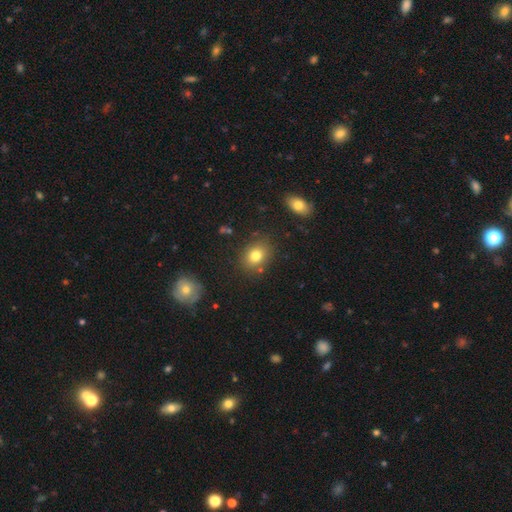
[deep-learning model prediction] Smooth or featured?
  - smooth: 79% *
  - star or artifact: 12%
  - featured or disk: 9%
How rounded?
  - round: 50% *
  - in between: 49%
  - cigar-shaped: 1%
Merging?
  - none: 81% *
  - minor disturbance: 11%
  - merger: 4%
  - major disturbance: 3%